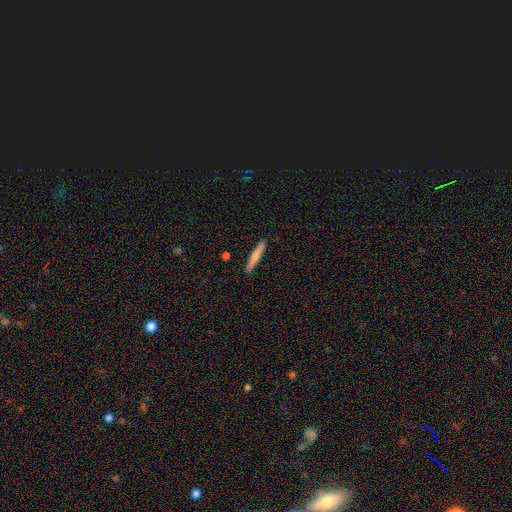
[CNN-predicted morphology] This appears to be a smooth galaxy with no disk features (73%) that is cigar-shaped (95%). Merging: none (91%).